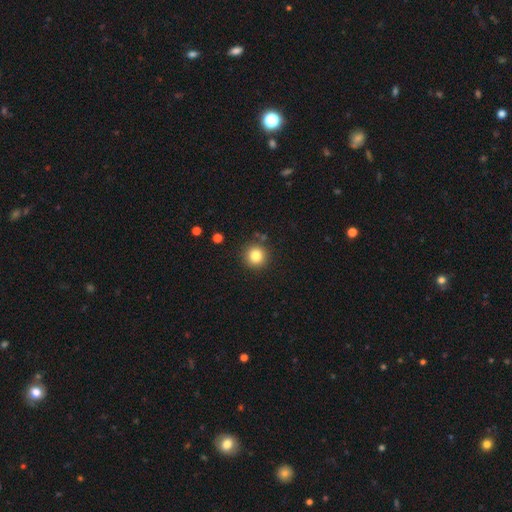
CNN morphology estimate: type=smooth (83%); roundness=round (94%); merging=none (88%).